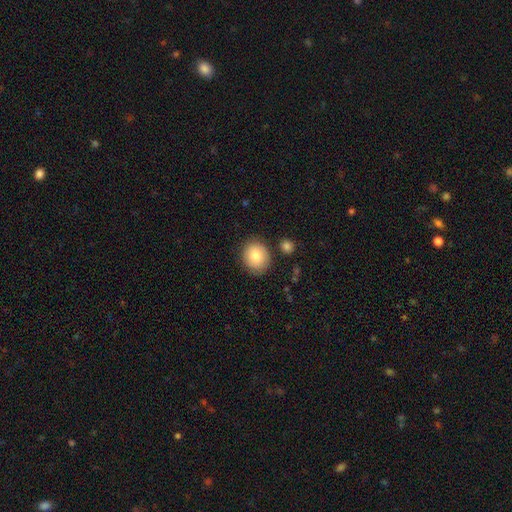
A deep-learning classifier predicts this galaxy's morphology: smooth-or-featured: smooth: 82% | featured or disk: 10% | star or artifact: 8%
  how-rounded: round: 77% | in between: 22% | cigar-shaped: 1%
  merging: none: 83% | minor disturbance: 11% | merger: 3% | major disturbance: 3%